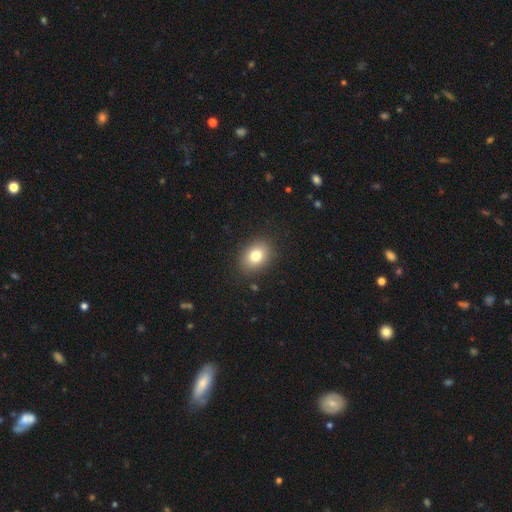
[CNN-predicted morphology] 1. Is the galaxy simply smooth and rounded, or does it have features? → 80% smooth, 10% featured or disk, 10% star or artifact.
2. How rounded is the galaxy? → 66% in between, 33% round, 1% cigar-shaped.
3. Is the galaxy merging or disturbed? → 87% none, 9% minor disturbance, 3% major disturbance, 1% merger.